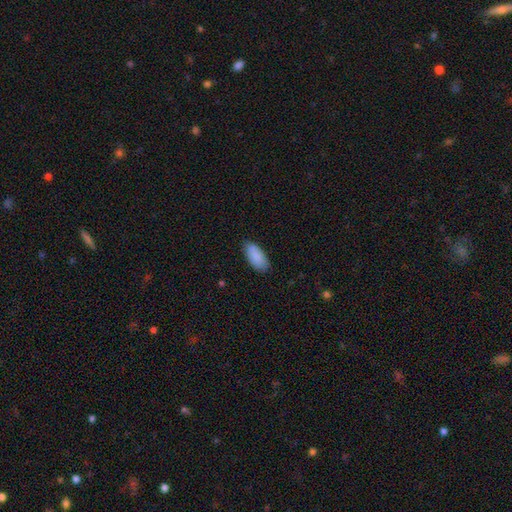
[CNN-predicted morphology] Q: Smooth or featured?
A: smooth (89%); runner-up: star or artifact (6%)
Q: How rounded?
A: in between (90%); runner-up: cigar-shaped (8%)
Q: Merging?
A: none (83%); runner-up: minor disturbance (14%)